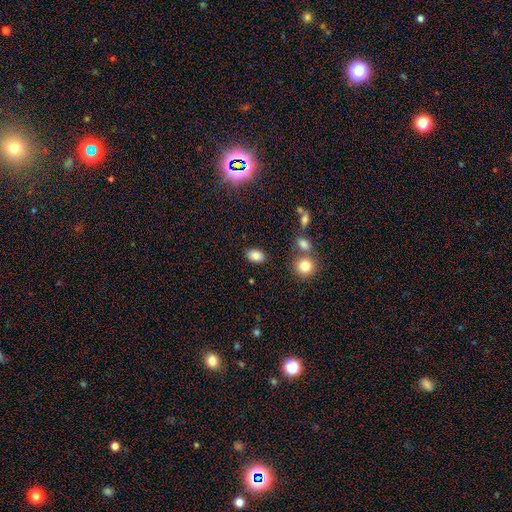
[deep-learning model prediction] Smooth or featured? smooth (83%)
How rounded? in between (82%)
Merging? none (84%)